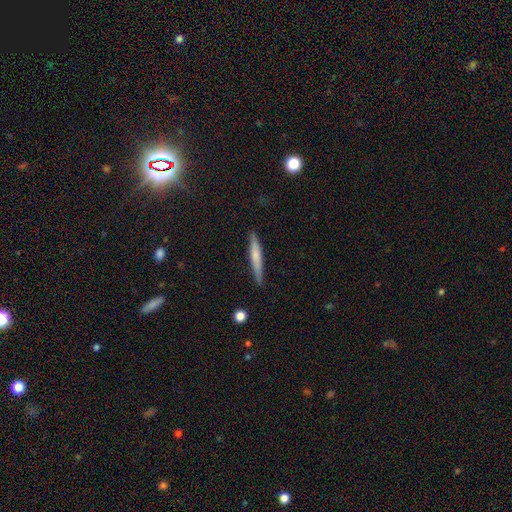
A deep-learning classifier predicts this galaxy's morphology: The model was most divided on "smooth or featured": smooth: 57%, featured or disk: 37%, star or artifact: 6%. More confident: how rounded — cigar-shaped (94%); merging — none (87%).